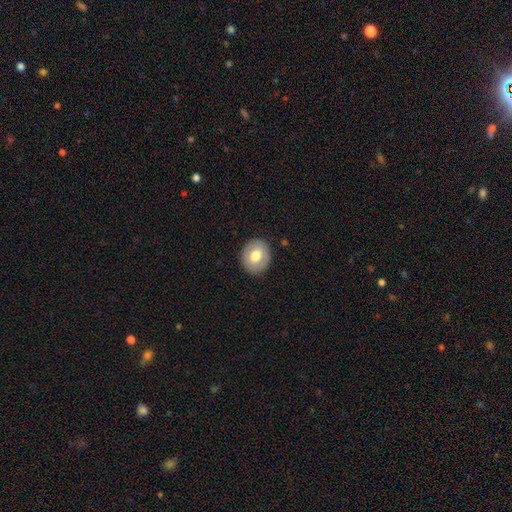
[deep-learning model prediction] A smooth galaxy with no disk features (71%) that is round (67%).

Vote fractions:
- Smooth or featured? smooth: 71% / featured or disk: 21% / star or artifact: 7%
- How rounded? round: 67% / in between: 32% / cigar-shaped: 1%
- Merging? none: 88% / minor disturbance: 9% / major disturbance: 2% / merger: 1%